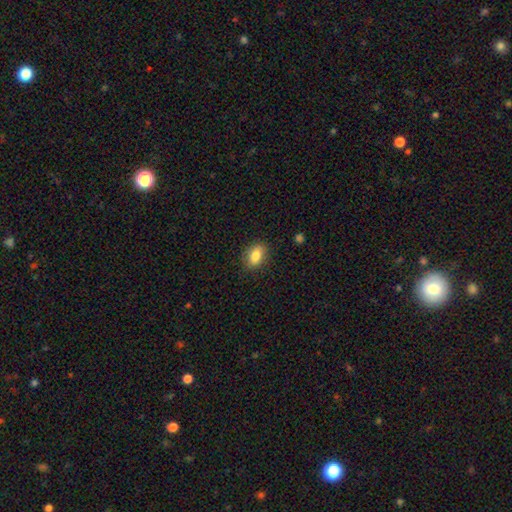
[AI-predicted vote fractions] smooth 83%, featured or disk 9%, star or artifact 8%. Down the decision tree: how rounded — in between (83%); merging — none (86%).